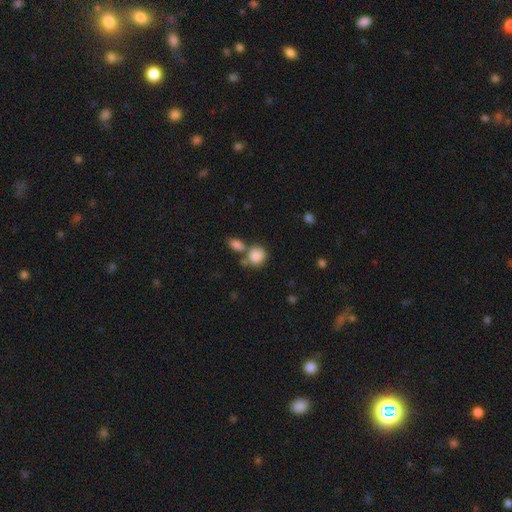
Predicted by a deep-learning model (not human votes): This is clearly a smooth galaxy (86%). How rounded: likely round (74%). Merging: possibly none (46%).